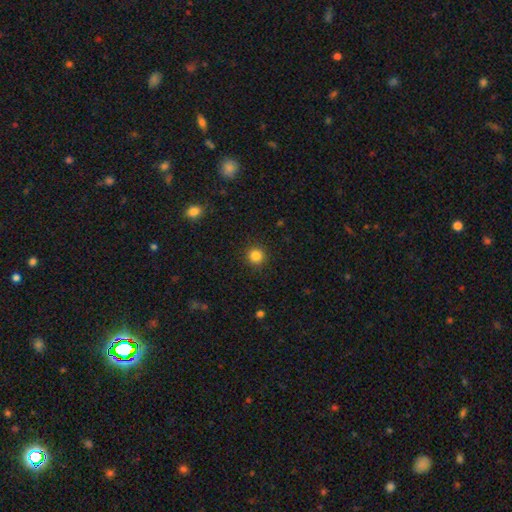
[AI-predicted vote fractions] Morphology: type=smooth (84%); roundness=round (95%); merging=none (91%).